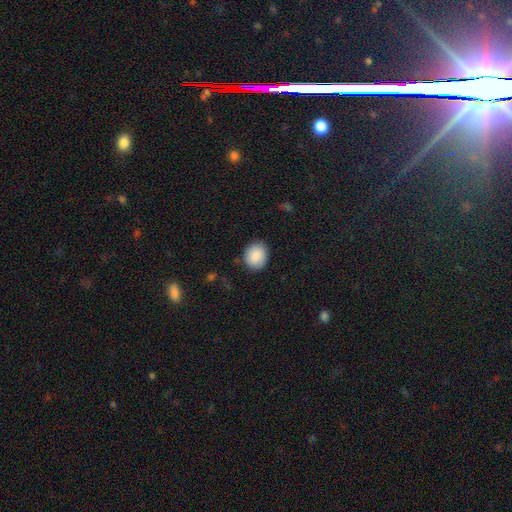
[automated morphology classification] This is clearly a smooth galaxy (89%). How rounded: likely round (69%). Merging: clearly none (87%).